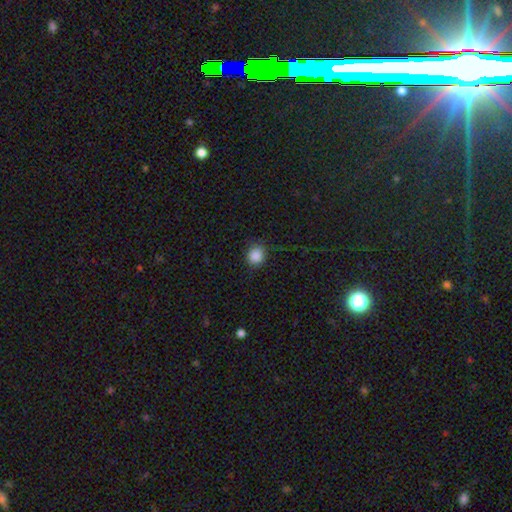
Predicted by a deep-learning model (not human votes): Morphology: type=smooth (87%); roundness=round (81%); merging=none (84%).